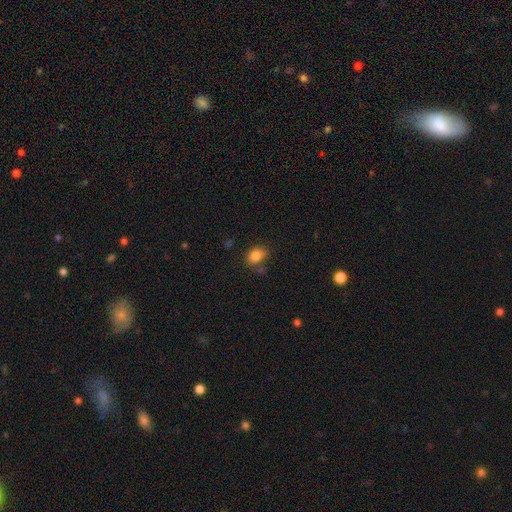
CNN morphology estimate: Smooth or featured? smooth (84%)
How rounded? in between (64%)
Merging? none (75%)